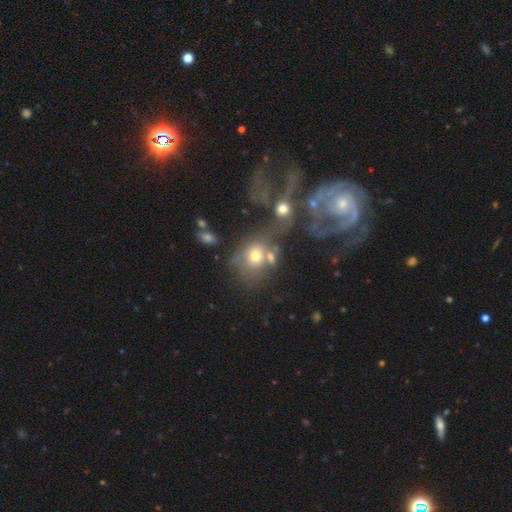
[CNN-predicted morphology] Smooth or featured?
  - smooth: 62% *
  - featured or disk: 23%
  - star or artifact: 15%
How rounded?
  - round: 58% *
  - in between: 41%
  - cigar-shaped: 1%
Merging?
  - merger: 51% *
  - none: 25%
  - major disturbance: 14%
  - minor disturbance: 11%